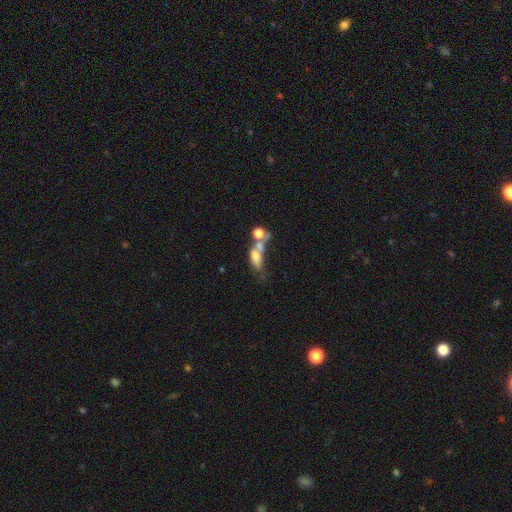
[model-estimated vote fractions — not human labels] Overall: smooth (60%; featured or disk 27%). How rounded: in between (71%). Merging: merger (50%; none 21%).